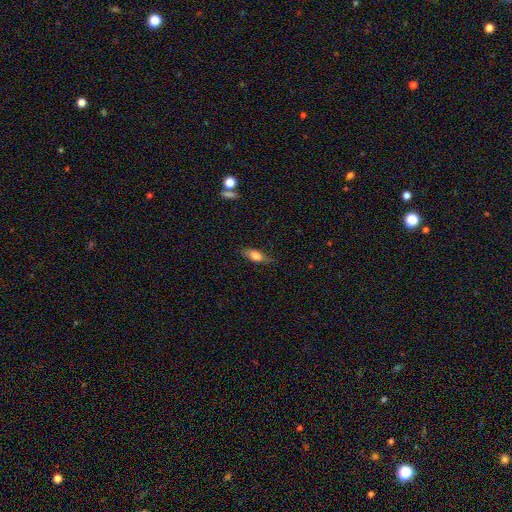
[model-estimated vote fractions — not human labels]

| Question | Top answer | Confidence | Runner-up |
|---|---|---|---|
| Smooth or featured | smooth | 67% | featured or disk (25%) |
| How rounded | in between | 68% | cigar-shaped (27%) |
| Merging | none | 76% | minor disturbance (18%) |